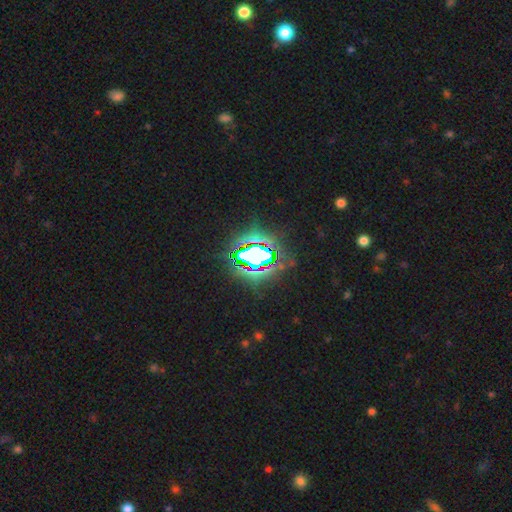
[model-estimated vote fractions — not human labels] Overall: star or artifact (71%).